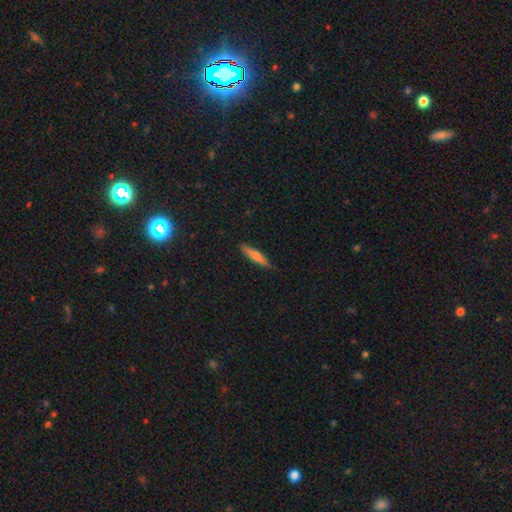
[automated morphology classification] type=smooth (60%); roundness=cigar-shaped (86%); merging=none (89%).